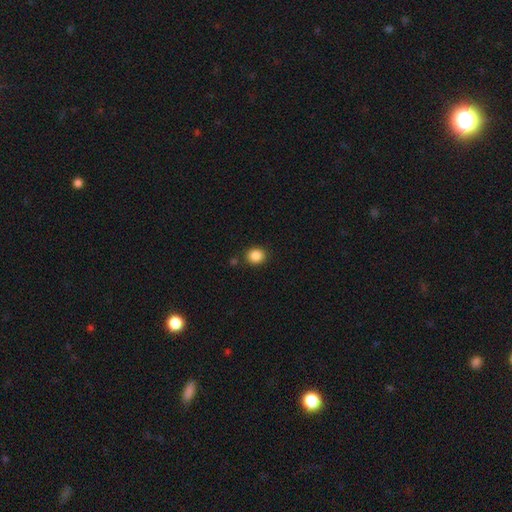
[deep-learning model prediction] This appears to be a smooth galaxy with no disk features (87%) that is round (76%). Merging: none (86%).